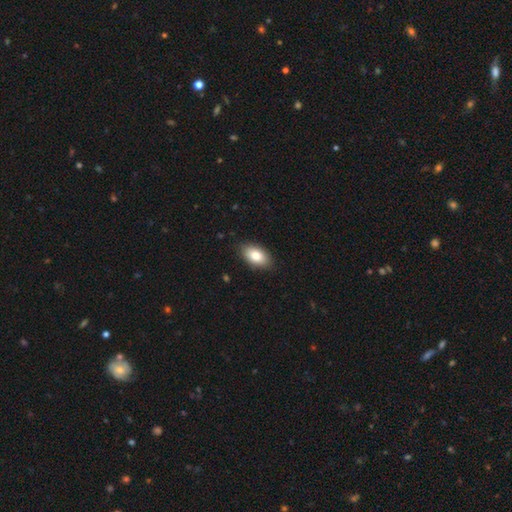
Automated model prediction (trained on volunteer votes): A smooth galaxy with no disk features (82%) that is in between round and cigar-shaped (93%). Merging: none (86%).